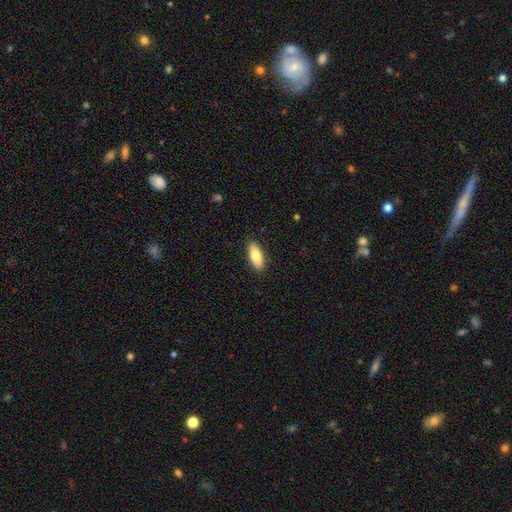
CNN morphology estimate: Smooth or featured? Predicted: smooth (p=0.76). How rounded? Predicted: in between (p=0.67). Merging? Predicted: none (p=0.88).